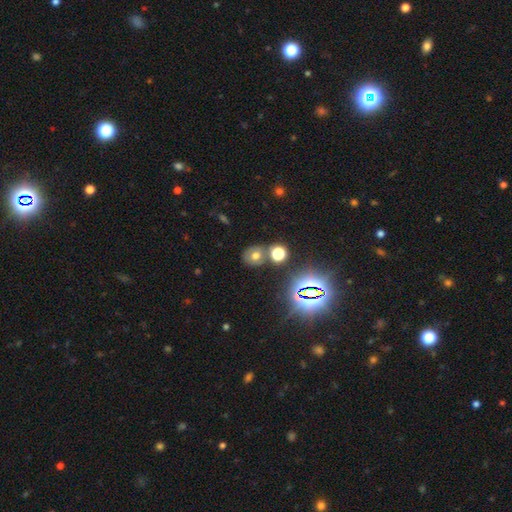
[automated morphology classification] type=smooth (57%); roundness=round (69%); merging=none (66%).